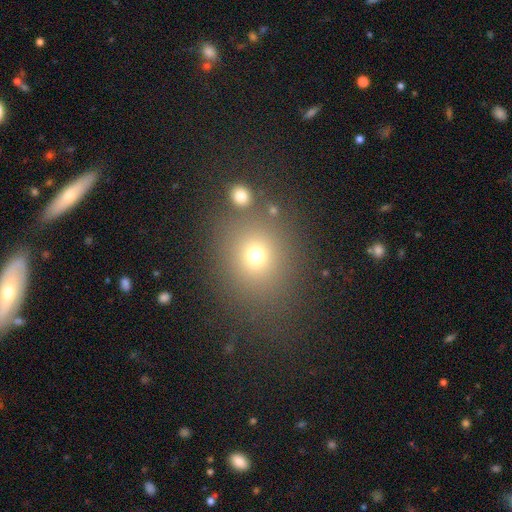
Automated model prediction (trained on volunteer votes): Smooth or featured?
  - smooth: 70% *
  - star or artifact: 19%
  - featured or disk: 10%
How rounded?
  - round: 76% *
  - in between: 22%
  - cigar-shaped: 1%
Merging?
  - none: 75% *
  - minor disturbance: 11%
  - merger: 8%
  - major disturbance: 6%